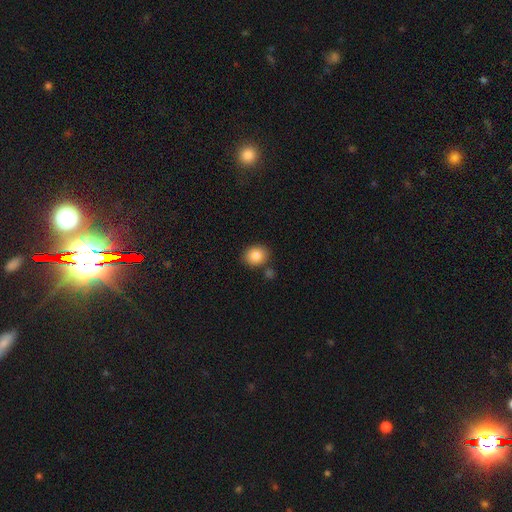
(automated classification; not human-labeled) smooth_or_featured: smooth (p=0.84) [alt: star or artifact p=0.09]
how_rounded: round (p=0.66) [alt: in between p=0.33]
merging: none (p=0.80) [alt: minor disturbance p=0.10]